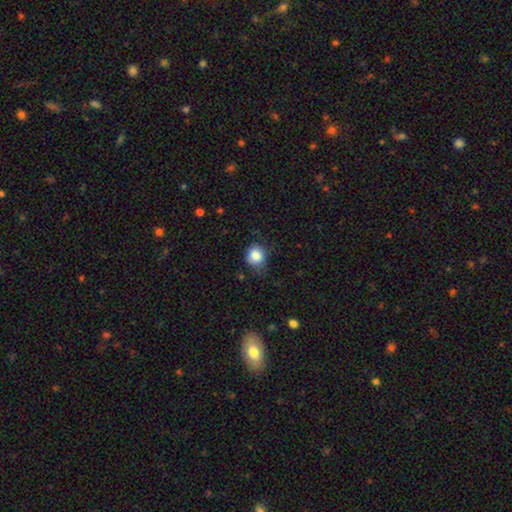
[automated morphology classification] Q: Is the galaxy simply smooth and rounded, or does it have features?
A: smooth — 84%.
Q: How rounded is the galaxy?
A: round — 71%.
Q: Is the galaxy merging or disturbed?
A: none — 63%.